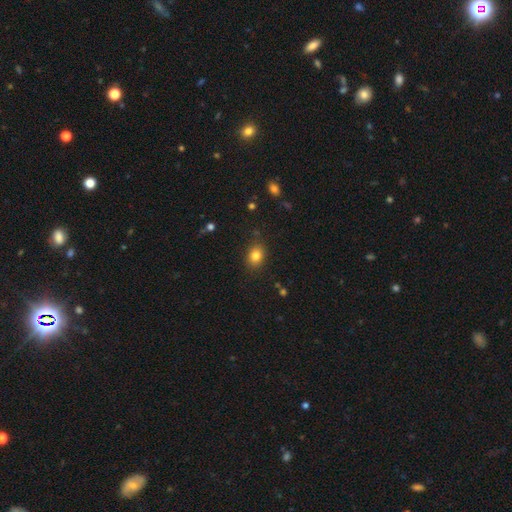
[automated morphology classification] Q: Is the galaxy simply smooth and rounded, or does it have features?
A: smooth — 82%.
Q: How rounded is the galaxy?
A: in between — 57%.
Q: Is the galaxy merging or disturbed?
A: none — 85%.